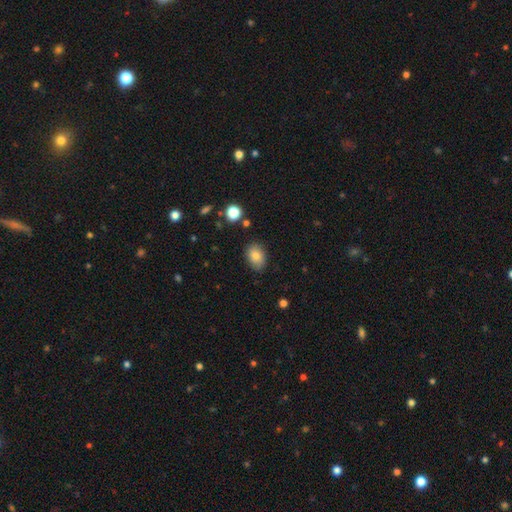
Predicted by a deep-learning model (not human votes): smooth-or-featured: smooth: 84% | star or artifact: 9% | featured or disk: 7%
  how-rounded: in between: 79% | round: 20% | cigar-shaped: 1%
  merging: none: 80% | minor disturbance: 15% | major disturbance: 3% | merger: 2%